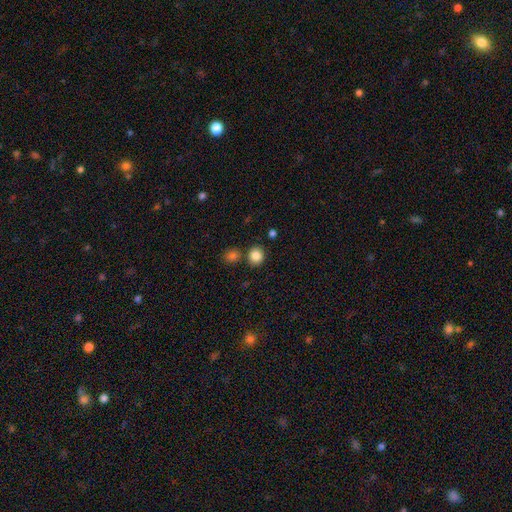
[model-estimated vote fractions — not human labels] This is clearly a smooth galaxy (85%). How rounded: clearly round (81%). Merging: likely none (77%).